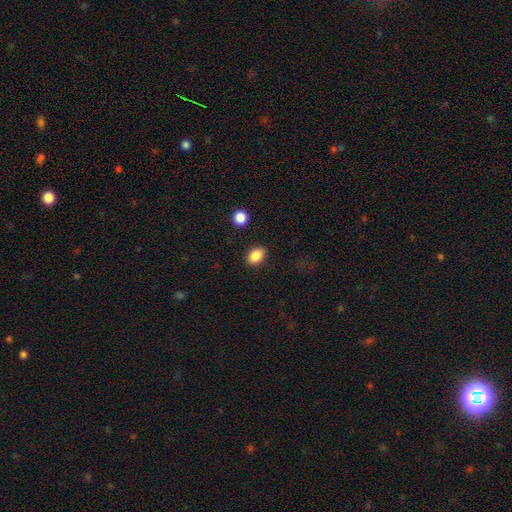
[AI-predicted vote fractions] This is clearly a smooth galaxy (87%). How rounded: likely in between (80%). Merging: clearly none (87%).